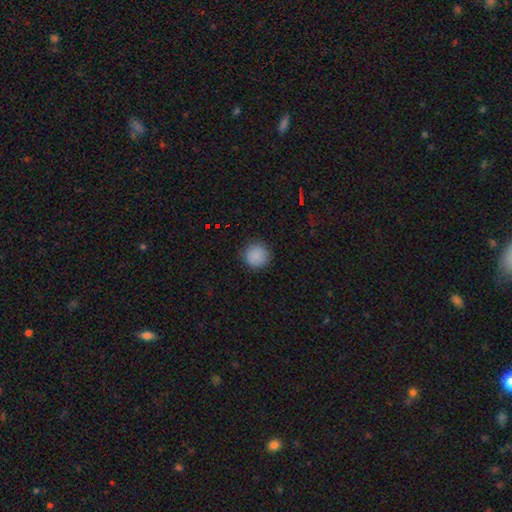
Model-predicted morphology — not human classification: smooth 88%, star or artifact 8%, featured or disk 3%. Down the decision tree: how rounded — round (95%); merging — none (90%).